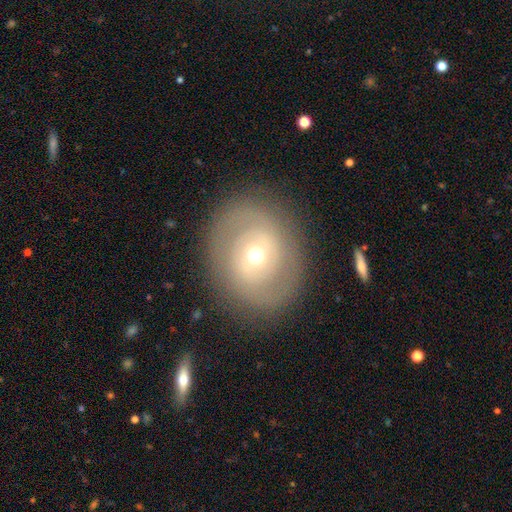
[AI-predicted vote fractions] smooth_or_featured: featured or disk (p=0.54) [alt: smooth p=0.37]
disk_edge_on: no (p=0.95) [alt: yes p=0.05]
bar: no (p=0.75) [alt: weak p=0.18]
has_spiral_arms: no (p=0.65) [alt: yes p=0.35]
bulge_size: moderate (p=0.59) [alt: small p=0.34]
merging: none (p=0.84) [alt: minor disturbance p=0.09]